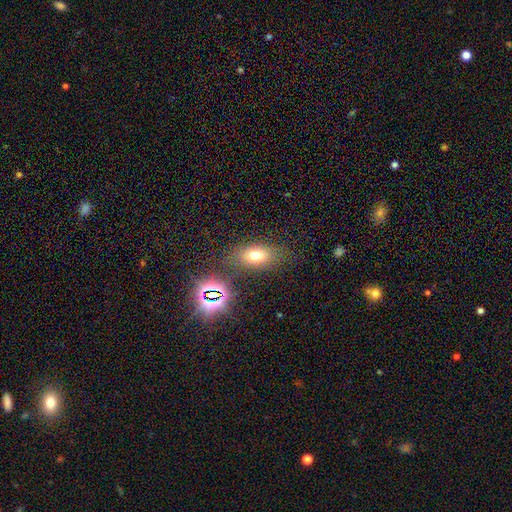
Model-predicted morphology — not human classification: Q: Smooth or featured?
A: smooth (66%); runner-up: star or artifact (20%)
Q: How rounded?
A: in between (76%); runner-up: round (18%)
Q: Merging?
A: none (76%); runner-up: minor disturbance (14%)